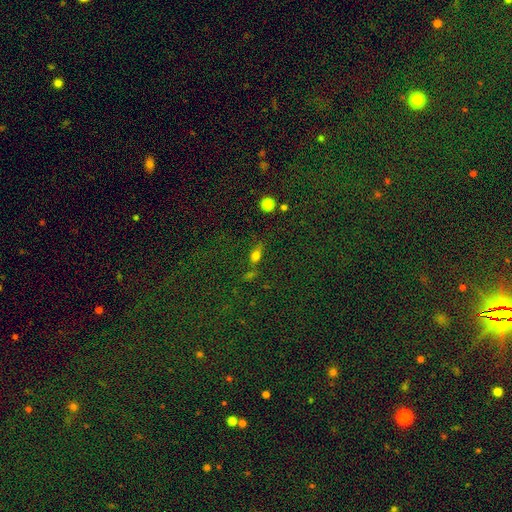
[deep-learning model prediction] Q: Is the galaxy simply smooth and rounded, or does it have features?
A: smooth — 63%.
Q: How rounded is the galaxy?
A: in between — 69%.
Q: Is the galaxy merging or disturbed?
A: none — 64%.